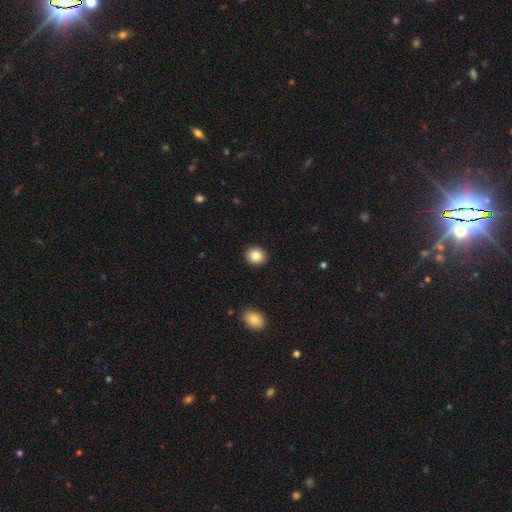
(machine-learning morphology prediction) smooth-or-featured: smooth: 84% | star or artifact: 9% | featured or disk: 6%
  how-rounded: round: 85% | in between: 14% | cigar-shaped: 1%
  merging: none: 92% | minor disturbance: 5% | major disturbance: 2% | merger: 1%